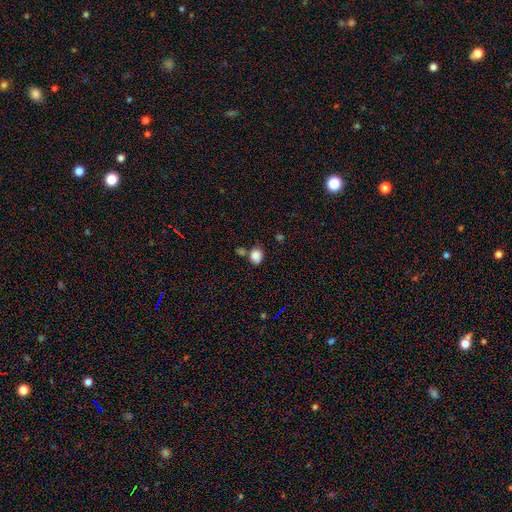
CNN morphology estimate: Smooth or featured? Predicted: smooth (p=0.86). How rounded? Predicted: round (p=0.54). Merging? Predicted: none (p=0.63).